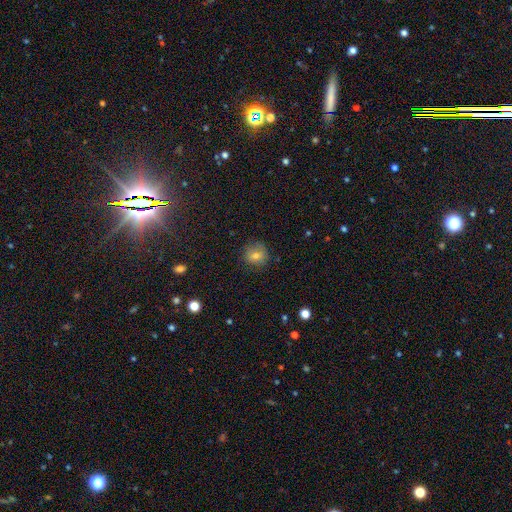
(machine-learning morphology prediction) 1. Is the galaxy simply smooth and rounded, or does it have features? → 70% smooth, 15% featured or disk, 15% star or artifact.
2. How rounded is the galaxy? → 85% round, 14% in between, 1% cigar-shaped.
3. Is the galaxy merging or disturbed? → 81% none, 14% minor disturbance, 4% major disturbance, 1% merger.